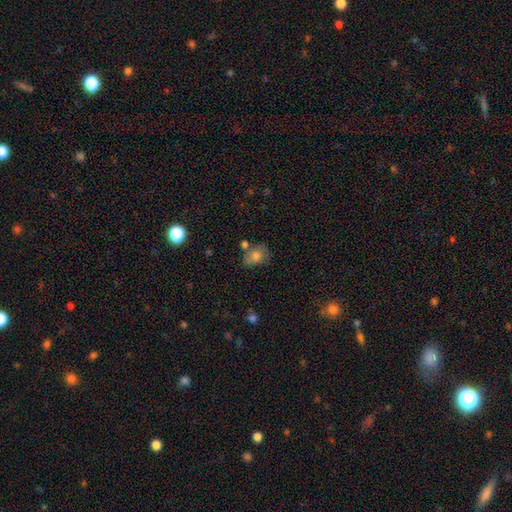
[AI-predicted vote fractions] Q: Smooth or featured?
A: smooth (69%); runner-up: featured or disk (20%)
Q: How rounded?
A: in between (50%); runner-up: round (49%)
Q: Merging?
A: none (57%); runner-up: minor disturbance (23%)